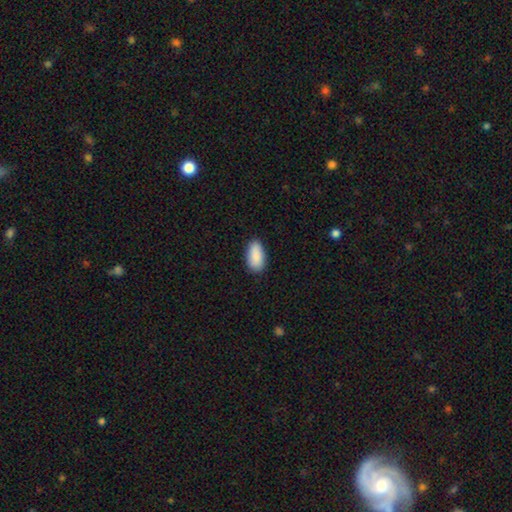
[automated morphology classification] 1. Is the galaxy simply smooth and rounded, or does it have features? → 90% smooth, 6% star or artifact, 4% featured or disk.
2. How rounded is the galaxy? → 93% in between, 5% cigar-shaped, 3% round.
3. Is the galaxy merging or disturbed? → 86% none, 11% minor disturbance, 2% major disturbance, 1% merger.